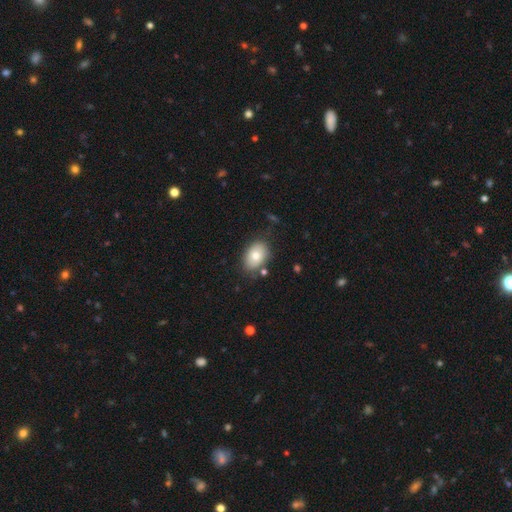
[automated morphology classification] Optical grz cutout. It shows a smooth galaxy with no disk features (77%) that is in between round and cigar-shaped (82%). Merging: none (79%).